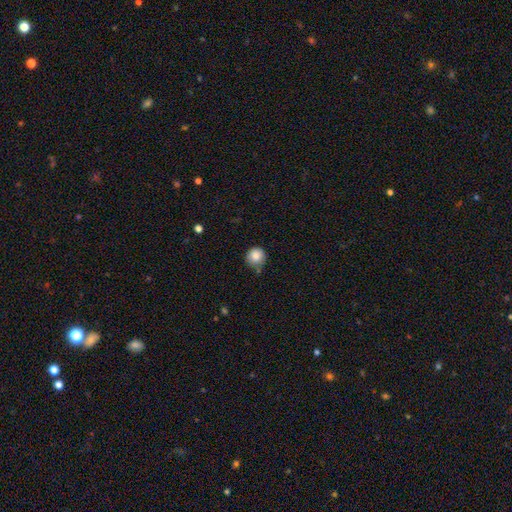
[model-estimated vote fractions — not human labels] Q: Smooth or featured?
A: smooth (85%); runner-up: star or artifact (9%)
Q: How rounded?
A: round (93%); runner-up: in between (6%)
Q: Merging?
A: none (69%); runner-up: minor disturbance (21%)